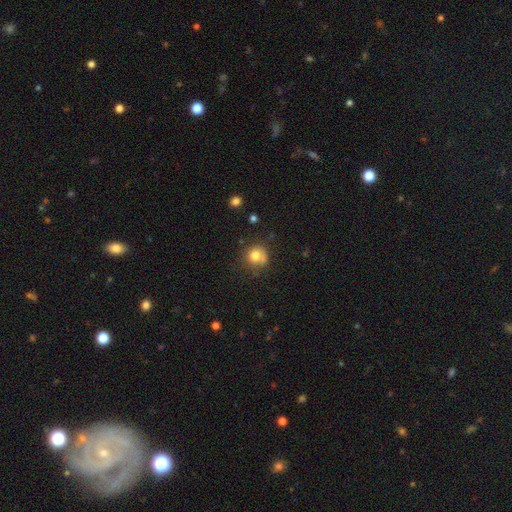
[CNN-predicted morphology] Overall: smooth (76%). How rounded: round (86%). Merging: none (60%; minor disturbance 22%).